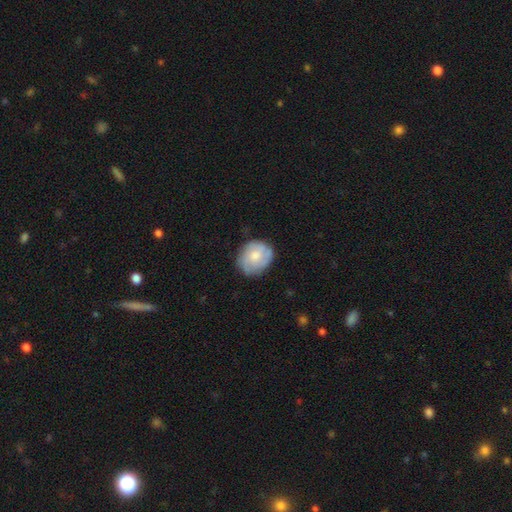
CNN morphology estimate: Smooth or featured?
  - featured or disk: 50% *
  - smooth: 44%
  - star or artifact: 6%
Edge-on disk?
  - no: 97% *
  - yes: 3%
Merging?
  - none: 73% *
  - minor disturbance: 20%
  - major disturbance: 6%
  - merger: 1%